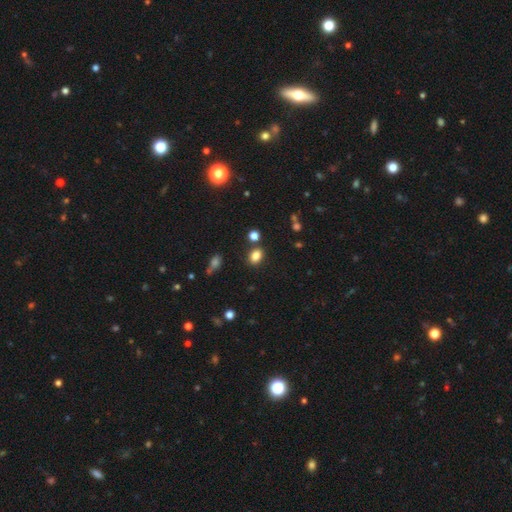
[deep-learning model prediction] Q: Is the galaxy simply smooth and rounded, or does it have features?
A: smooth — 82%.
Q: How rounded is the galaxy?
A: in between — 68%.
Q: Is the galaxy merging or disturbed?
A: none — 80%.